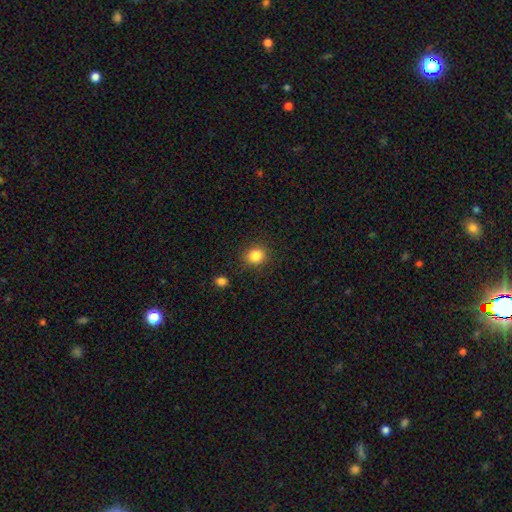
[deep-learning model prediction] Overall: smooth (85%). How rounded: round (79%). Merging: none (86%).